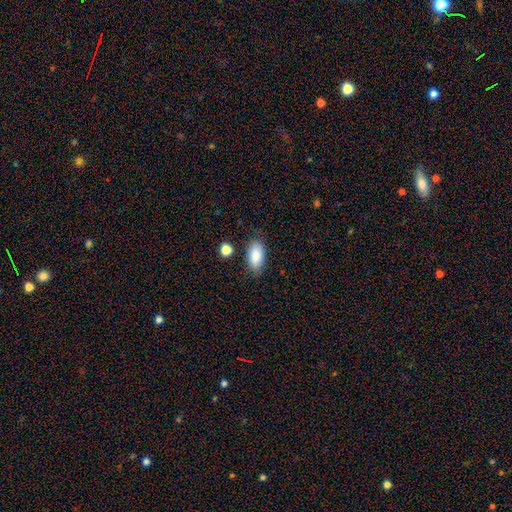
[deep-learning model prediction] A smooth galaxy with no disk features (87%) that is in between round and cigar-shaped (92%).

Vote fractions:
- Smooth or featured? smooth: 87% / star or artifact: 7% / featured or disk: 6%
- How rounded? in between: 92% / cigar-shaped: 5% / round: 3%
- Merging? none: 80% / minor disturbance: 13% / merger: 4% / major disturbance: 3%